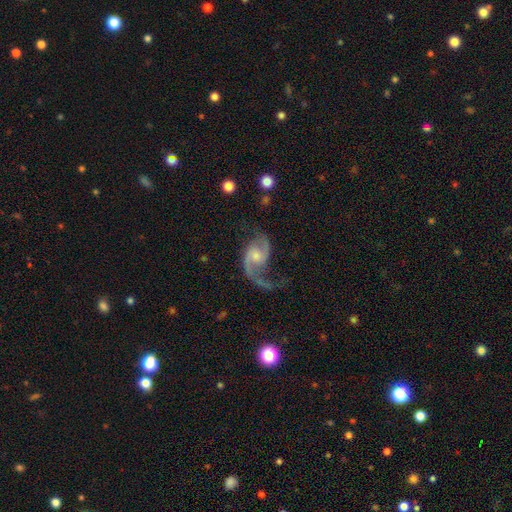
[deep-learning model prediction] featured or disk 88%, smooth 7%, star or artifact 5%. Down the decision tree: edge-on disk — no (98%); bar — no (56%); spiral arms — yes (96%); spiral arm count — 2 (80%); spiral winding — loose (63%); bulge size — moderate (44%); merging — none (48%).